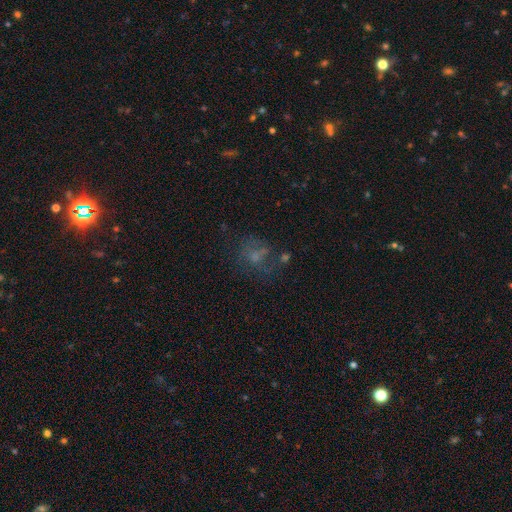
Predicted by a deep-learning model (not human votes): Smooth or featured? Predicted: featured or disk (p=0.38). Merging? Predicted: none (p=0.48).